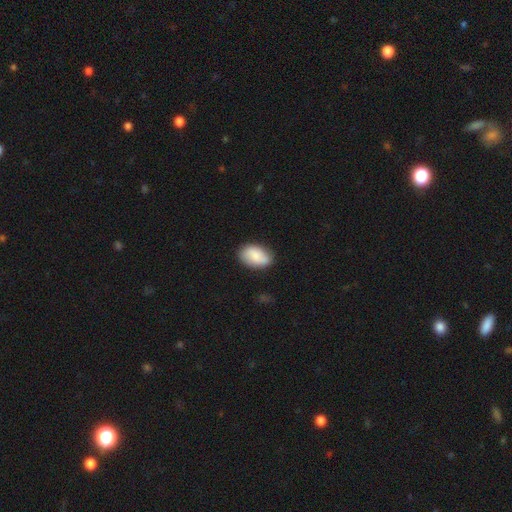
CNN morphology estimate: smooth 81%, featured or disk 13%, star or artifact 7%. Down the decision tree: how rounded — in between (88%); merging — none (81%).